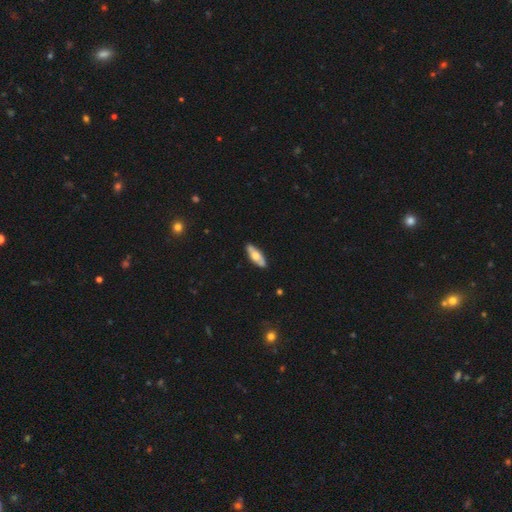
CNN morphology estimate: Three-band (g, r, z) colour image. It shows a smooth galaxy with no disk features (52%) that is in between round and cigar-shaped (66%). Merging: none (86%).